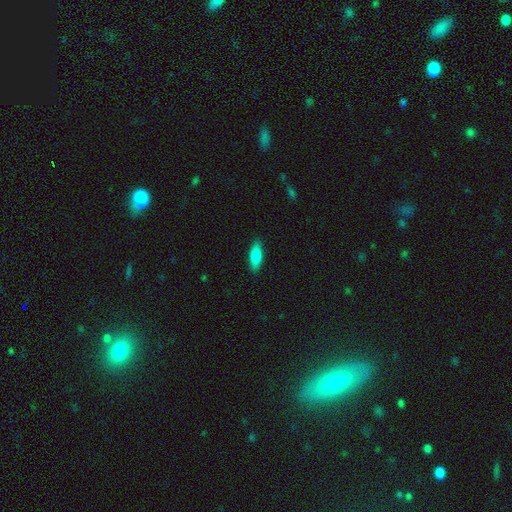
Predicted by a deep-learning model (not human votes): Smooth or featured?
  - smooth: 82% *
  - featured or disk: 12%
  - star or artifact: 6%
How rounded?
  - in between: 58% *
  - cigar-shaped: 40%
  - round: 2%
Merging?
  - none: 89% *
  - minor disturbance: 8%
  - major disturbance: 2%
  - merger: 1%